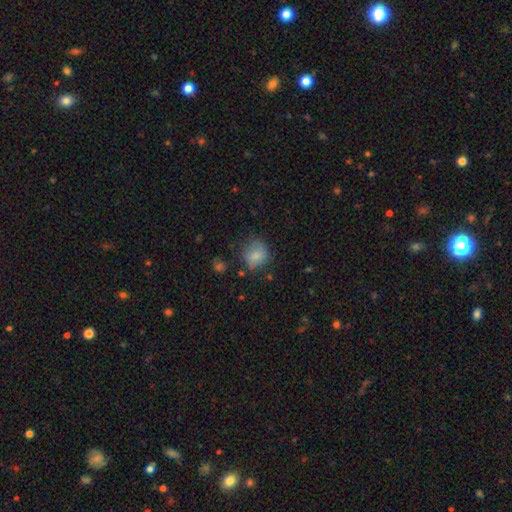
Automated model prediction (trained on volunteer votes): A smooth galaxy with no disk features (78%) that is round (71%). Merging: none (60%).